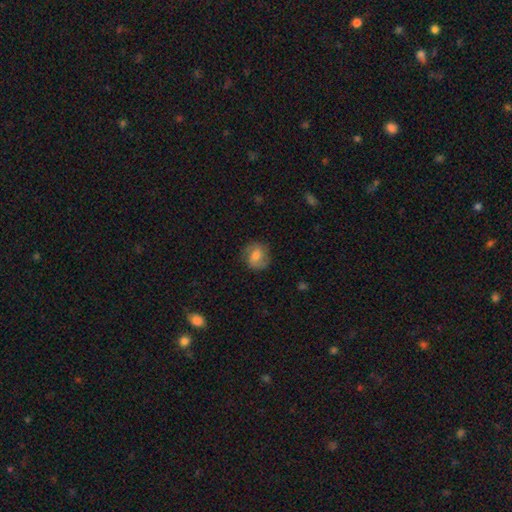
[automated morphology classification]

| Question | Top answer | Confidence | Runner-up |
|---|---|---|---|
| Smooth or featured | featured or disk | 50% | smooth (42%) |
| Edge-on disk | no | 97% | yes (3%) |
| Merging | none | 78% | minor disturbance (16%) |